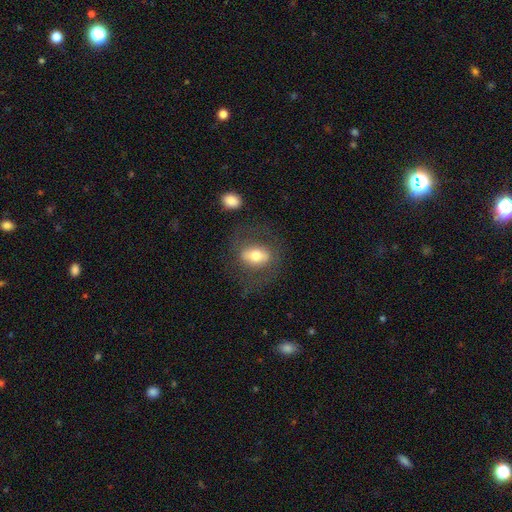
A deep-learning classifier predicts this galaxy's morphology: Smooth or featured: smooth — 53% (featured or disk — 39%)
How rounded: in between — 75% (round — 21%)
Merging: none — 67% (minor disturbance — 15%)